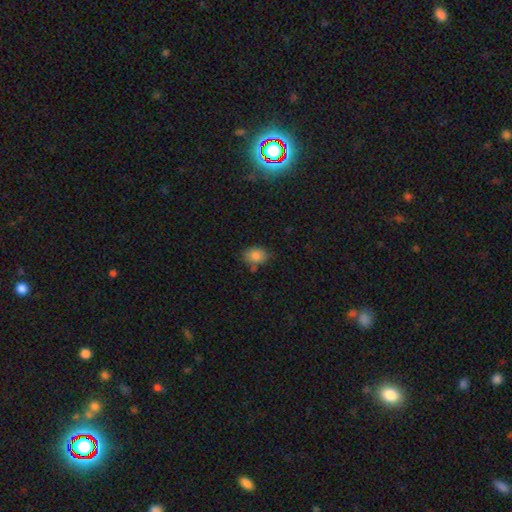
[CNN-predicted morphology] smooth_or_featured: smooth (p=0.84) [alt: star or artifact p=0.09]
how_rounded: in between (p=0.70) [alt: round p=0.29]
merging: none (p=0.65) [alt: minor disturbance p=0.22]